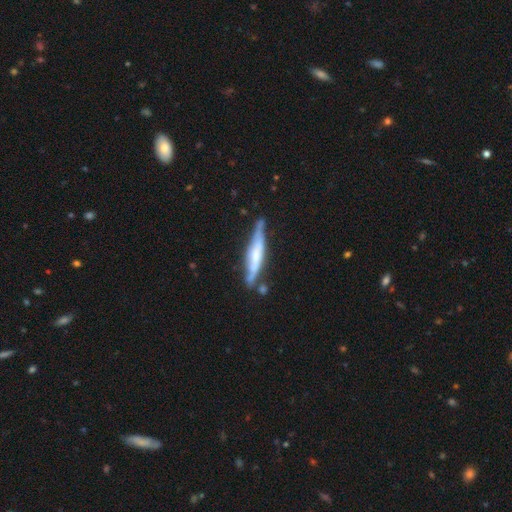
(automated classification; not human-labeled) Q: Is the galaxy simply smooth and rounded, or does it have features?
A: featured or disk — 65%.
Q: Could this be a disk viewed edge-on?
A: yes — 85%.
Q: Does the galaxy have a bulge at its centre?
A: rounded — 43%.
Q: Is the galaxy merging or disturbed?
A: none — 64%.